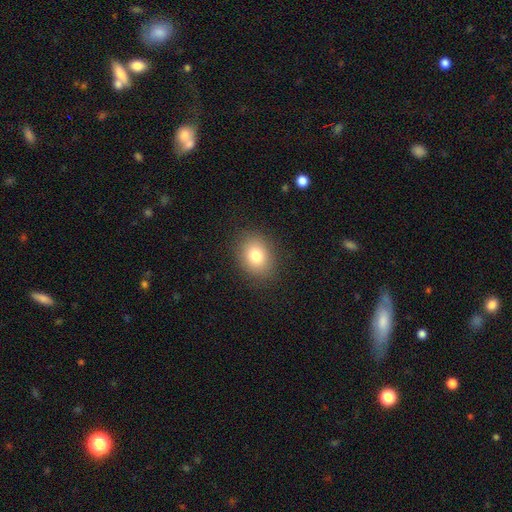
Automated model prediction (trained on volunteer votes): Smooth or featured? Predicted: smooth (p=0.79). How rounded? Predicted: in between (p=0.58). Merging? Predicted: none (p=0.87).